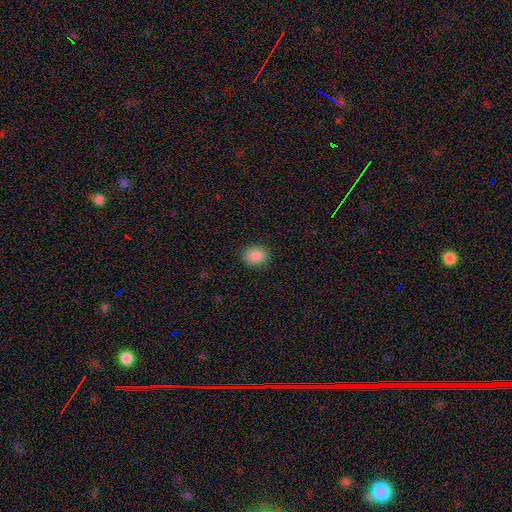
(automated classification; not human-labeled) Overall: smooth (89%). How rounded: in between (53%; round 47%). Merging: none (88%).